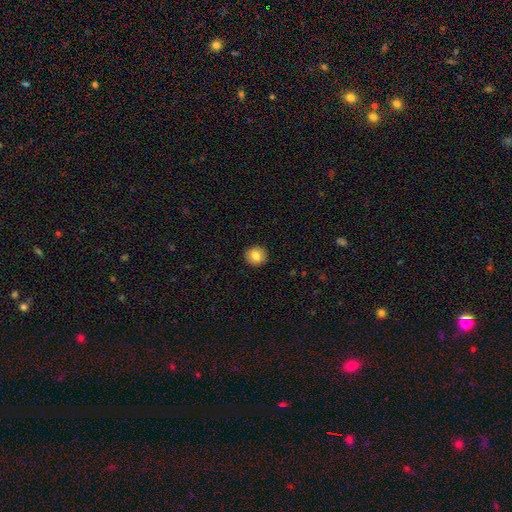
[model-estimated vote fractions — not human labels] Smooth or featured?
  - smooth: 83% *
  - star or artifact: 9%
  - featured or disk: 8%
How rounded?
  - round: 91% *
  - in between: 8%
  - cigar-shaped: 1%
Merging?
  - none: 92% *
  - minor disturbance: 5%
  - major disturbance: 2%
  - merger: 1%